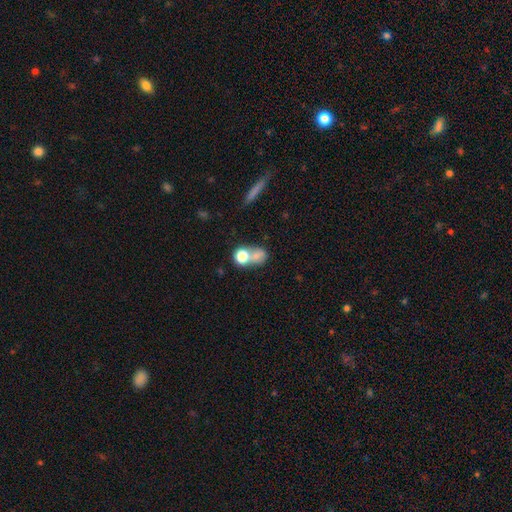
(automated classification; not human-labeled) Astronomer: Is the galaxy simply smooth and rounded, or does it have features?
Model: smooth — 70%.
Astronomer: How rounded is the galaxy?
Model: round — 52% (runner-up: in between, 44%).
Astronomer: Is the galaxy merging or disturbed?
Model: merger — 53% (runner-up: none, 28%).